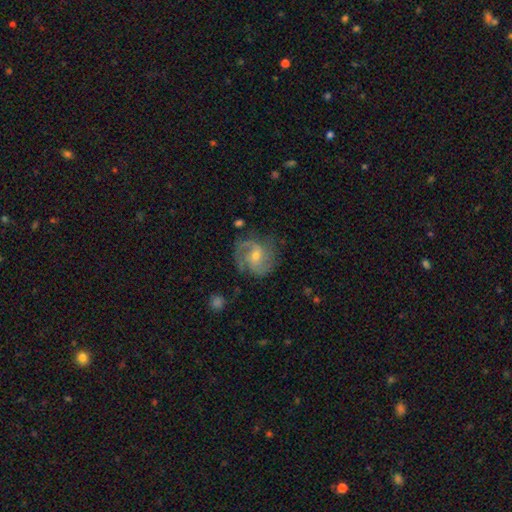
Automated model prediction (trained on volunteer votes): Smooth or featured?
  - featured or disk: 82% *
  - smooth: 12%
  - star or artifact: 6%
Edge-on disk?
  - no: 98% *
  - yes: 2%
Bar?
  - no: 49% *
  - weak: 41%
  - strong: 9%
Spiral arms?
  - yes: 95% *
  - no: 5%
Spiral winding?
  - medium: 50% *
  - tight: 30%
  - loose: 20%
Spiral arm count?
  - 2: 57% *
  - 3: 19%
  - can't tell: 13%
  - 1: 5%
  - 4: 3%
  - more than 4: 3%
Bulge size?
  - small: 52% *
  - moderate: 44%
  - none: 2%
  - large: 1%
  - dominant: 1%
Merging?
  - none: 72% *
  - minor disturbance: 18%
  - major disturbance: 8%
  - merger: 2%